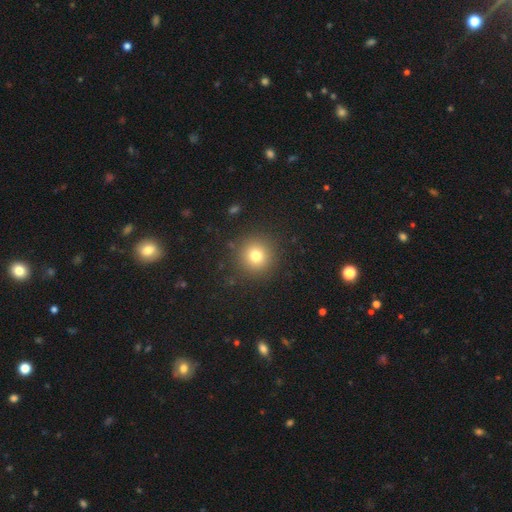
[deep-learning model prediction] The model was most divided on "smooth or featured": smooth: 77%, star or artifact: 14%, featured or disk: 9%. More confident: how rounded — round (95%); merging — none (90%).